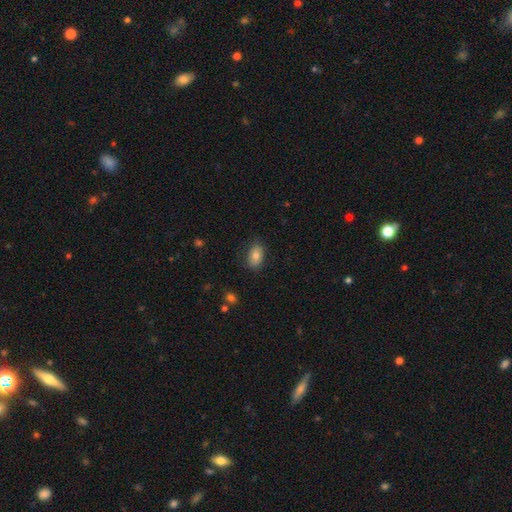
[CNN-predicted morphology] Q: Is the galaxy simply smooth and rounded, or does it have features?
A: smooth — 77%.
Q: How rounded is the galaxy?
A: in between — 88%.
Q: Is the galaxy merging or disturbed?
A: none — 80%.